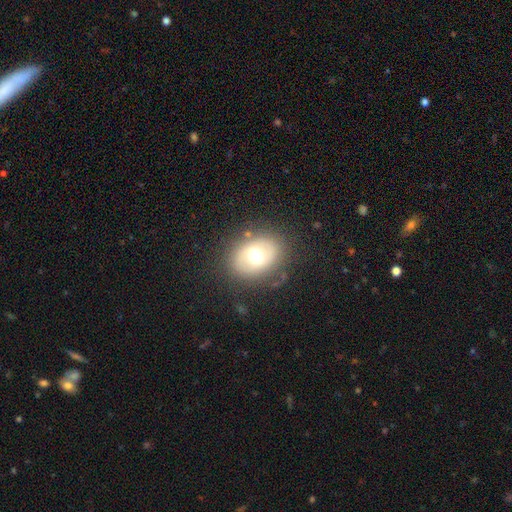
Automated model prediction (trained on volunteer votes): Overall: smooth (56%; featured or disk 33%). How rounded: in between (59%; round 40%). Merging: none (76%).